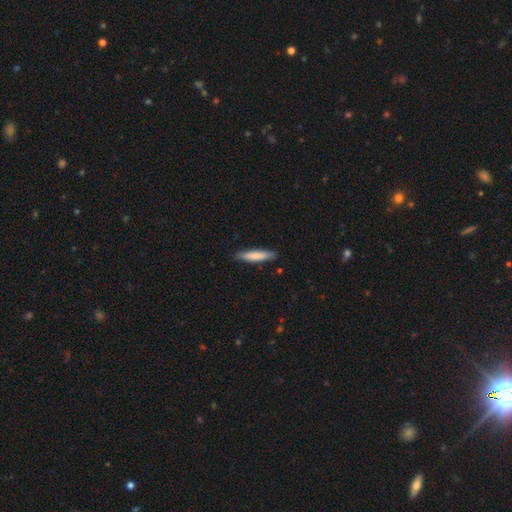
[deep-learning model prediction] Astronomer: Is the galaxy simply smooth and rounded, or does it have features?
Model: smooth — 79%.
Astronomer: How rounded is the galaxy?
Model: cigar-shaped — 87%.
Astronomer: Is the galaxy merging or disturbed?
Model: none — 86%.